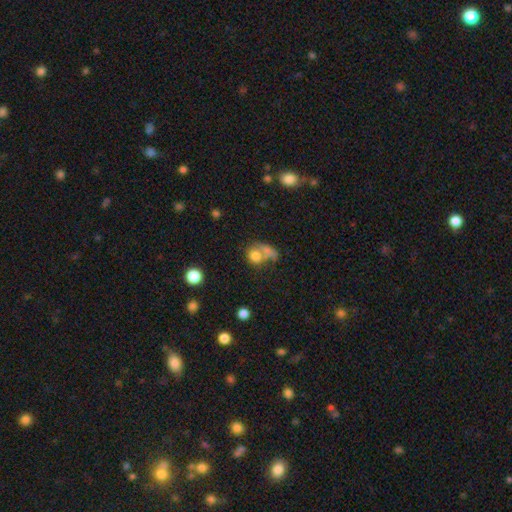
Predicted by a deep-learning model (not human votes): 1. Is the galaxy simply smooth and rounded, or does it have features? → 74% smooth, 14% featured or disk, 12% star or artifact.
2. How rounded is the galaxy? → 62% round, 36% in between, 2% cigar-shaped.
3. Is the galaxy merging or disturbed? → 51% merger, 28% none, 11% major disturbance, 10% minor disturbance.